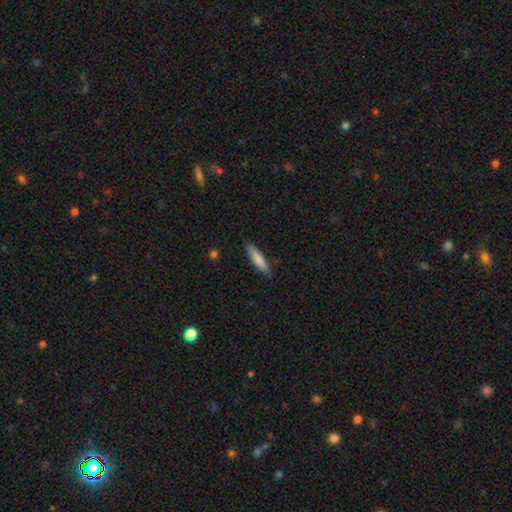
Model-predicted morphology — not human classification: Smooth or featured? Predicted: smooth (p=0.79). How rounded? Predicted: cigar-shaped (p=0.85). Merging? Predicted: none (p=0.88).